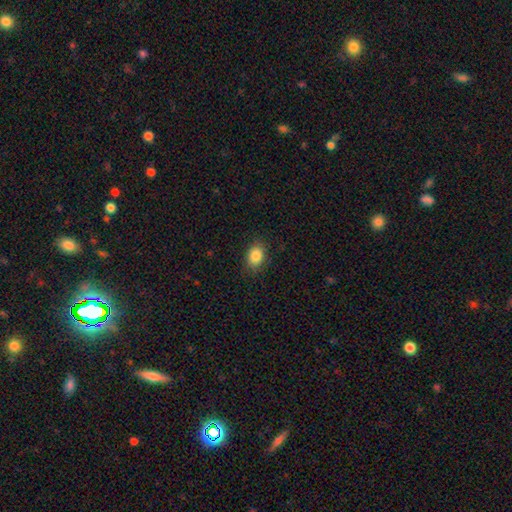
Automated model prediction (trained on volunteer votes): This is clearly a smooth galaxy (86%). How rounded: likely in between (71%). Merging: clearly none (85%).